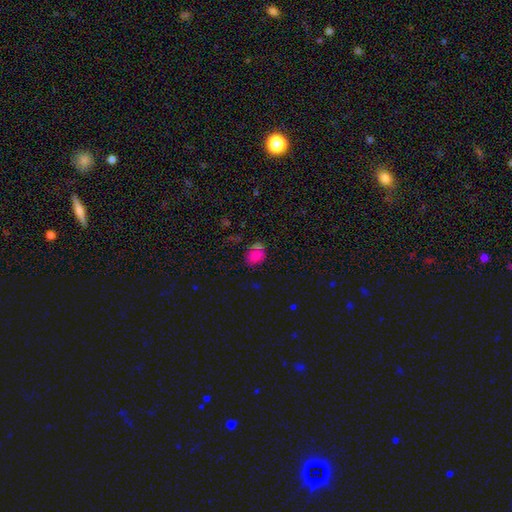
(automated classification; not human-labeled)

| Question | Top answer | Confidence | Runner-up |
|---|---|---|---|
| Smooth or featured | smooth | 71% | star or artifact (20%) |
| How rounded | in between | 51% | round (48%) |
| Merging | none | 63% | minor disturbance (19%) |